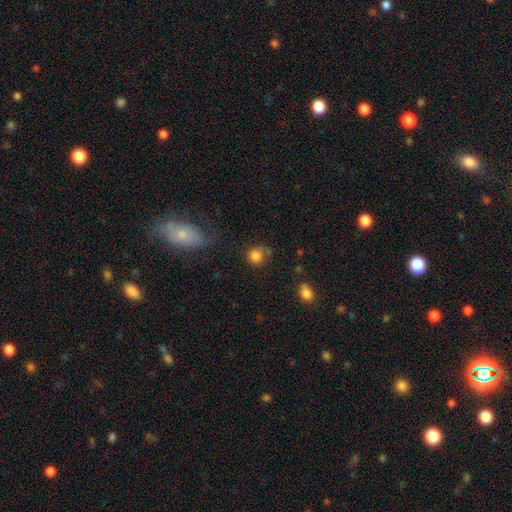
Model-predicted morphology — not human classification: A smooth galaxy with no disk features (84%) that is round (86%). Merging: none (64%).